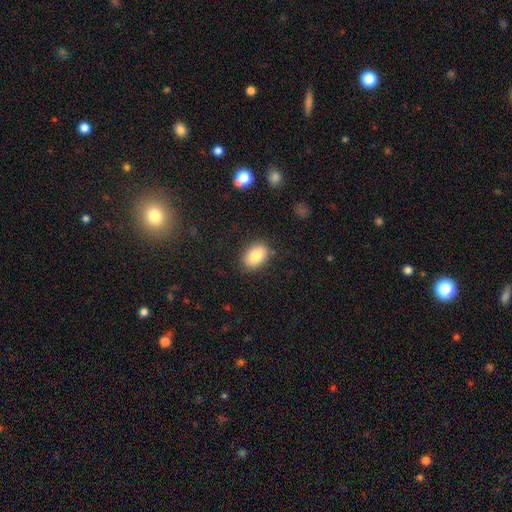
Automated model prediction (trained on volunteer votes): smooth_or_featured: smooth (p=0.85) [alt: star or artifact p=0.08]
how_rounded: in between (p=0.85) [alt: round p=0.14]
merging: none (p=0.84) [alt: minor disturbance p=0.12]